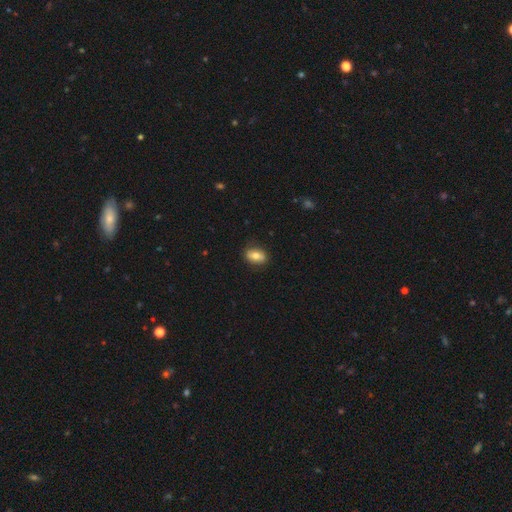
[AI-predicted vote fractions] A smooth galaxy with no disk features (73%) that is in between round and cigar-shaped (83%). Merging: none (84%).